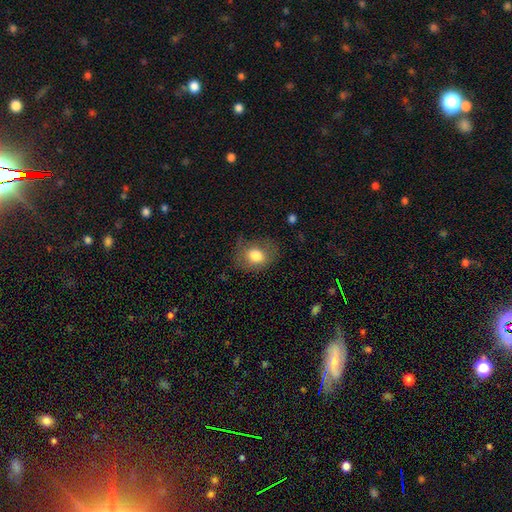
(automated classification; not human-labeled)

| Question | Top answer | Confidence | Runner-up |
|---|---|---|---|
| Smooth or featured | smooth | 76% | featured or disk (15%) |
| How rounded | round | 54% | in between (46%) |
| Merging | none | 64% | minor disturbance (24%) |